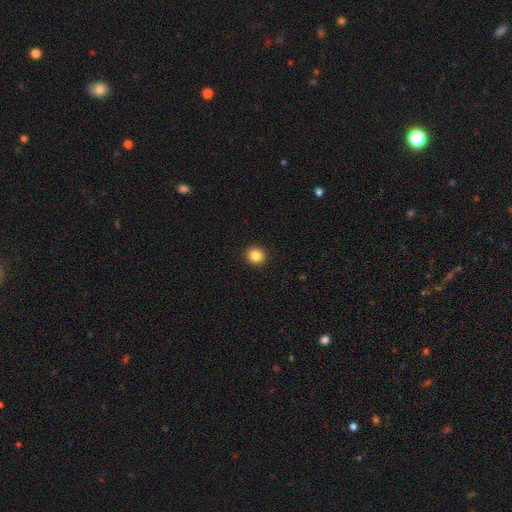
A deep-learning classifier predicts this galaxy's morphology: smooth-or-featured: smooth: 84% | star or artifact: 10% | featured or disk: 5%
  how-rounded: round: 90% | in between: 10% | cigar-shaped: 1%
  merging: none: 93% | minor disturbance: 5% | major disturbance: 2% | merger: 1%